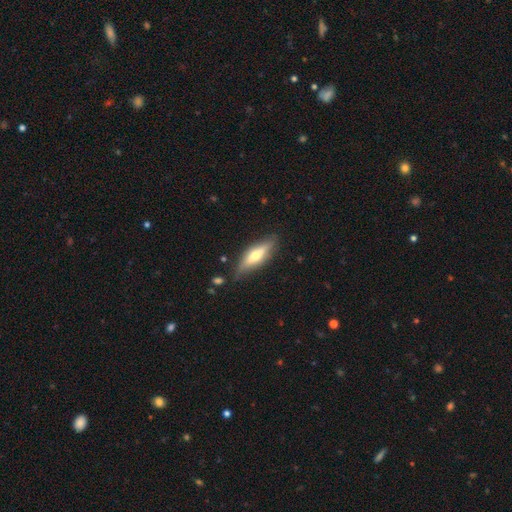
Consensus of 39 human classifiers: Smooth or featured? smooth (59%)
How rounded? cigar-shaped (65%)
Merging? none (71%)